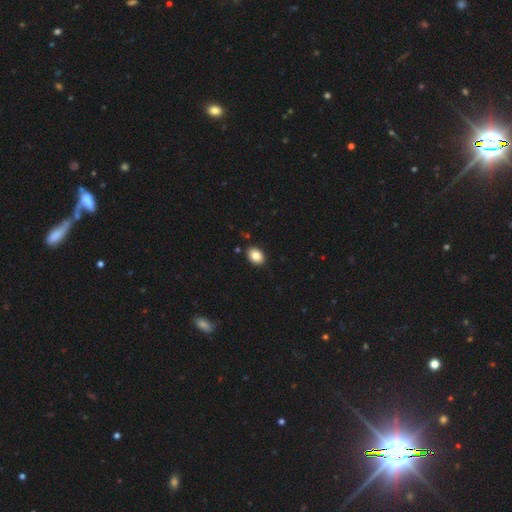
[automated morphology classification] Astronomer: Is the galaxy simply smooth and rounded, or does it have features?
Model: smooth — 85%.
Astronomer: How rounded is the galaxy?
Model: in between — 74%.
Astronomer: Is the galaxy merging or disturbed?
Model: none — 89%.